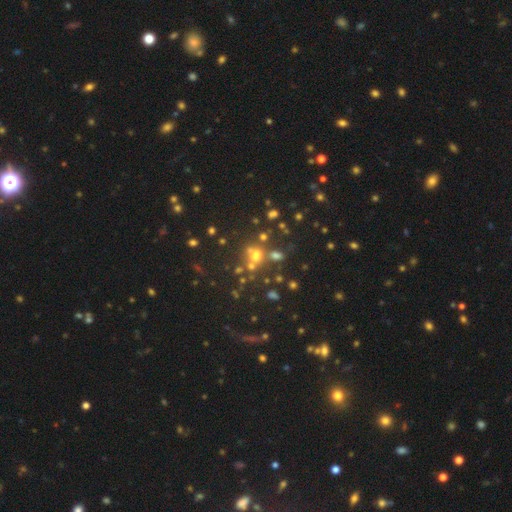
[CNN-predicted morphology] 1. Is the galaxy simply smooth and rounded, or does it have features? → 44% smooth, 37% star or artifact, 19% featured or disk.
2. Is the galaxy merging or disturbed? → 51% none, 31% merger, 10% minor disturbance, 7% major disturbance.